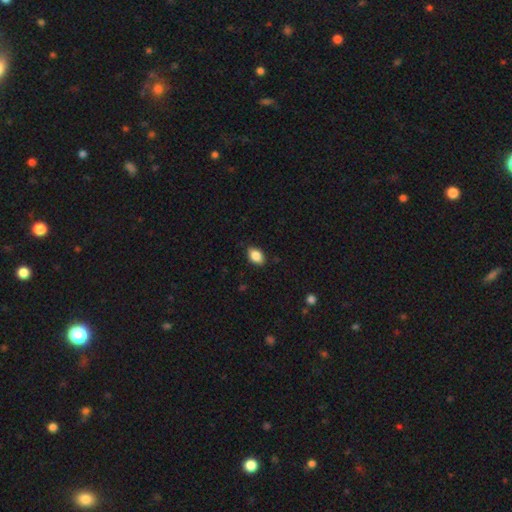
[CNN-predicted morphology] type=smooth (87%); roundness=in between (87%); merging=none (86%).